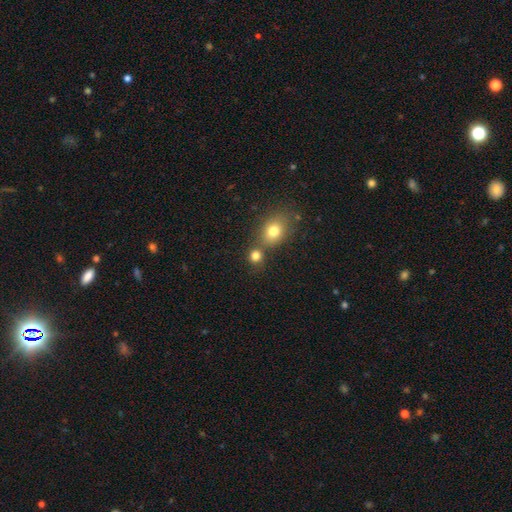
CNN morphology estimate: Smooth or featured? smooth (79%)
How rounded? round (77%)
Merging? none (58%)